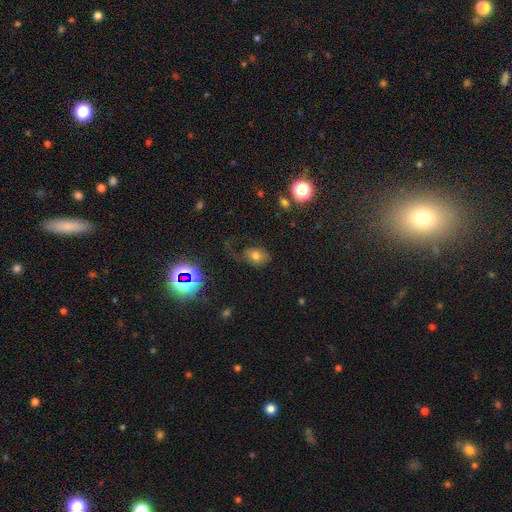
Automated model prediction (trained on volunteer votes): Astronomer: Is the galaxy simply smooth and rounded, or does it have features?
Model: smooth — 67%.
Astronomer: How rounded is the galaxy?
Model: in between — 78%.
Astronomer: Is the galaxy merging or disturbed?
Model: none — 47% (runner-up: major disturbance, 26%).